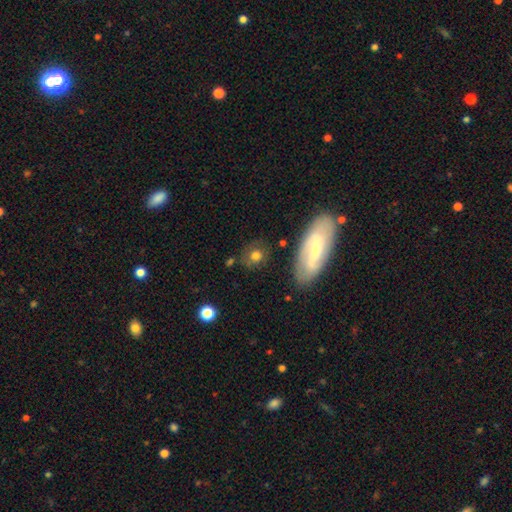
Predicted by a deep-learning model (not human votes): smooth 68%, featured or disk 22%, star or artifact 10%. Down the decision tree: how rounded — round (64%); merging — none (72%).